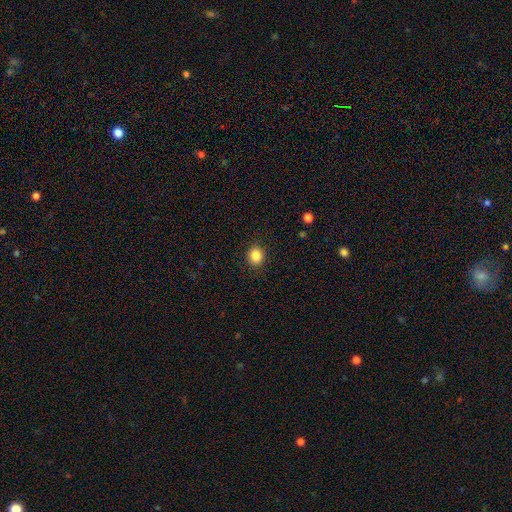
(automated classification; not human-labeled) smooth-or-featured: smooth: 85% | star or artifact: 10% | featured or disk: 5%
  how-rounded: round: 65% | in between: 35% | cigar-shaped: 1%
  merging: none: 89% | minor disturbance: 8% | major disturbance: 2% | merger: 1%